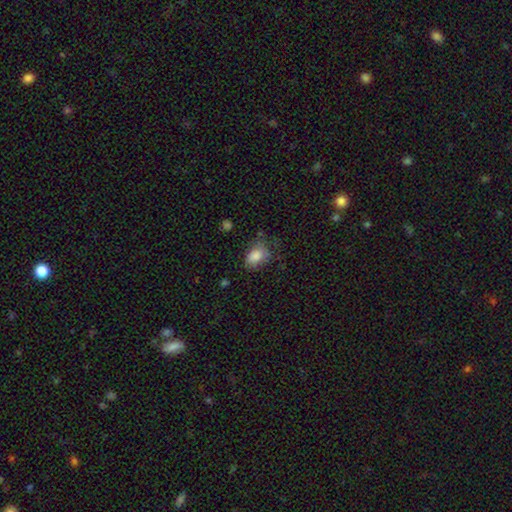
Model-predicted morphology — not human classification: A smooth galaxy with no disk features (83%) that is in between round and cigar-shaped (79%). Merging: none (52%).